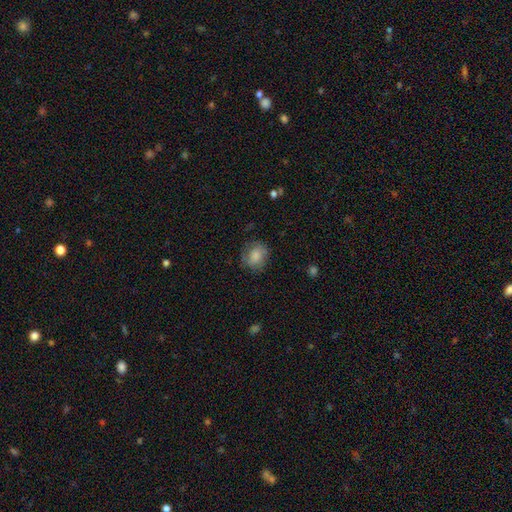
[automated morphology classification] smooth-or-featured: smooth: 73% | featured or disk: 19% | star or artifact: 8%
  how-rounded: round: 60% | in between: 39% | cigar-shaped: 1%
  merging: none: 68% | minor disturbance: 22% | major disturbance: 9% | merger: 1%